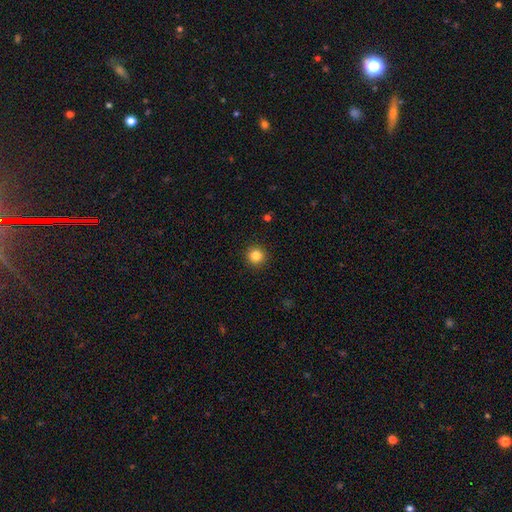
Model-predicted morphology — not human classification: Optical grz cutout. It shows a smooth galaxy with no disk features (84%) that is round (95%). Merging: none (93%).